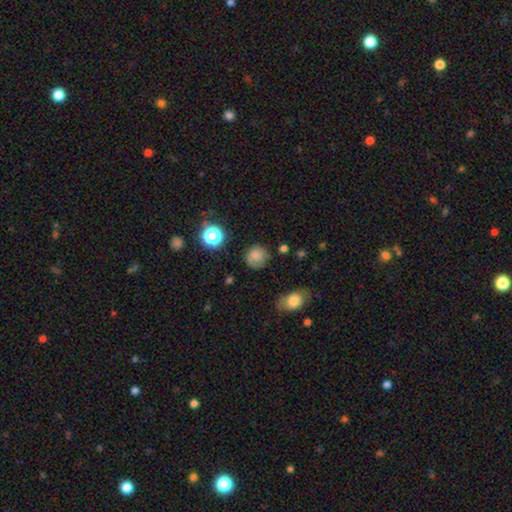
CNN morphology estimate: Overall: smooth (75%). How rounded: round (86%). Merging: none (74%).